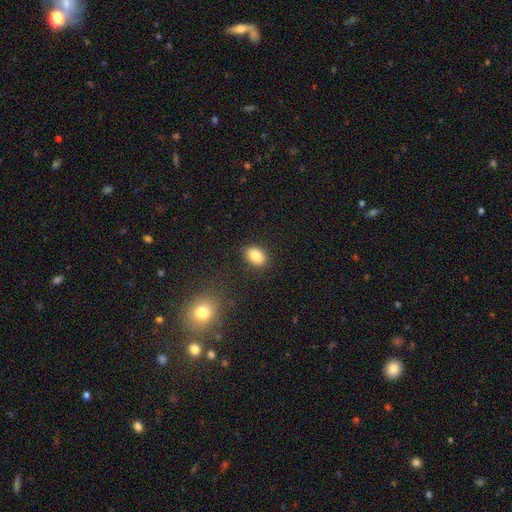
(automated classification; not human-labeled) smooth_or_featured: smooth (p=0.84) [alt: star or artifact p=0.10]
how_rounded: in between (p=0.78) [alt: round p=0.20]
merging: none (p=0.86) [alt: minor disturbance p=0.10]